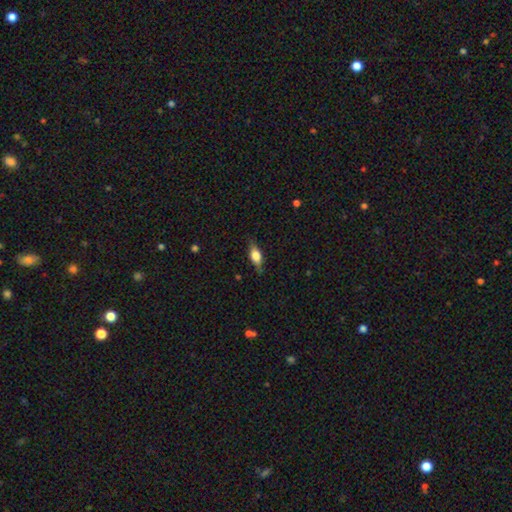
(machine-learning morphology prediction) smooth-or-featured: smooth: 63% | featured or disk: 29% | star or artifact: 8%
  how-rounded: in between: 72% | cigar-shaped: 22% | round: 6%
  merging: none: 78% | minor disturbance: 17% | major disturbance: 4% | merger: 1%